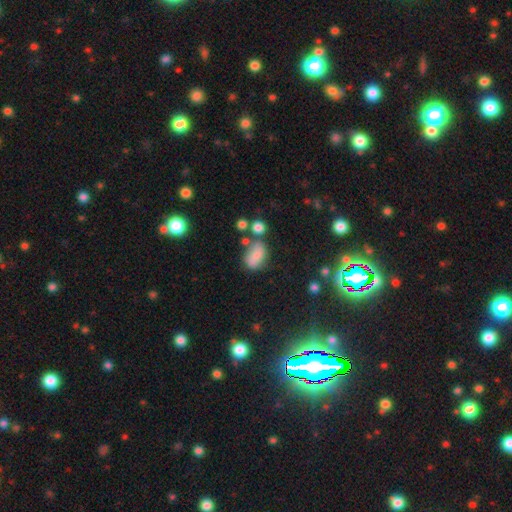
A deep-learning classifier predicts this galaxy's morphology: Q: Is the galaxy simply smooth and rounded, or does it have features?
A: smooth — 73%.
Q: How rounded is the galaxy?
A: in between — 80%.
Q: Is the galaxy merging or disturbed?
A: none — 53%.